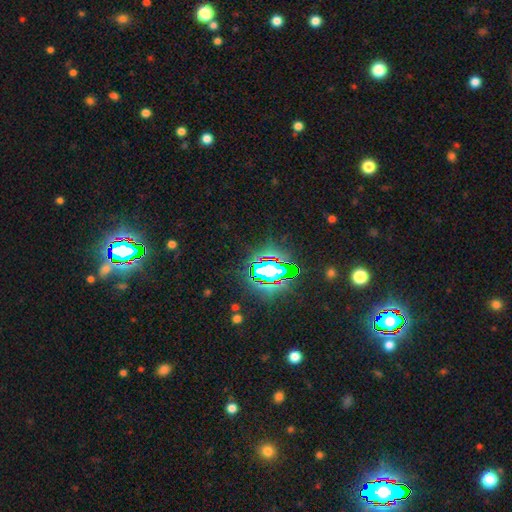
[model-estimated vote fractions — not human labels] The model was most divided on "smooth or featured": star or artifact: 83%, smooth: 10%, featured or disk: 7%.